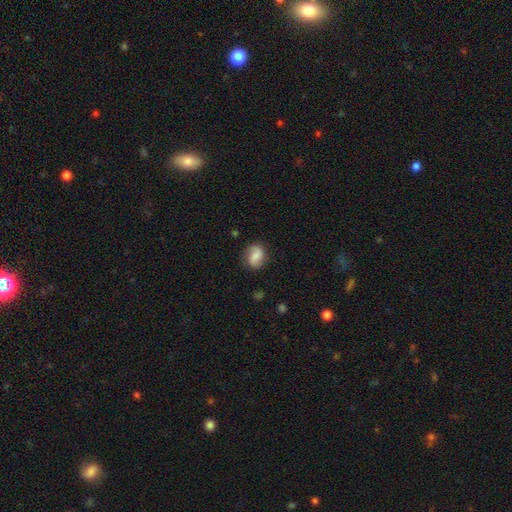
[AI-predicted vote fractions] smooth-or-featured: smooth: 52% | featured or disk: 39% | star or artifact: 9%
  how-rounded: round: 49% (tied) | in between: 49% (tied) | cigar-shaped: 2%
  merging: none: 74% | minor disturbance: 18% | major disturbance: 6% | merger: 2%